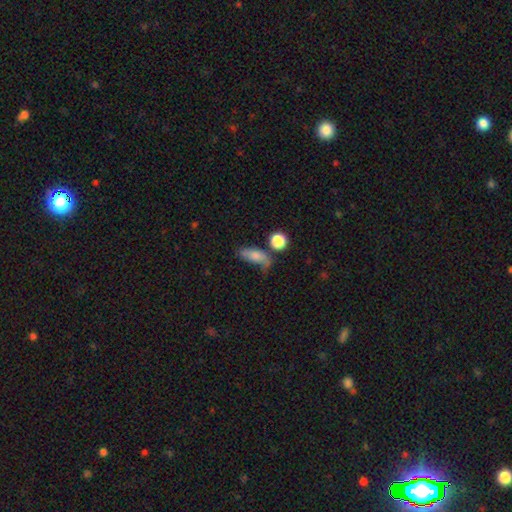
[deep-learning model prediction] smooth-or-featured: smooth: 73% | featured or disk: 17% | star or artifact: 10%
  how-rounded: in between: 72% | cigar-shaped: 19% | round: 9%
  merging: none: 39% | minor disturbance: 29% | major disturbance: 19% | merger: 14%